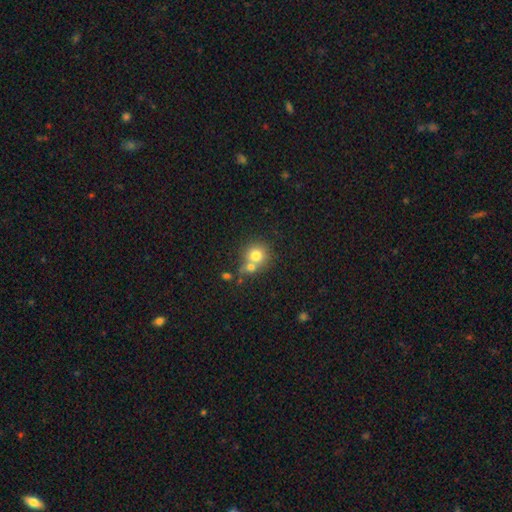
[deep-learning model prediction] Overall: smooth (76%). How rounded: round (87%). Merging: merger (45%; none 43%).